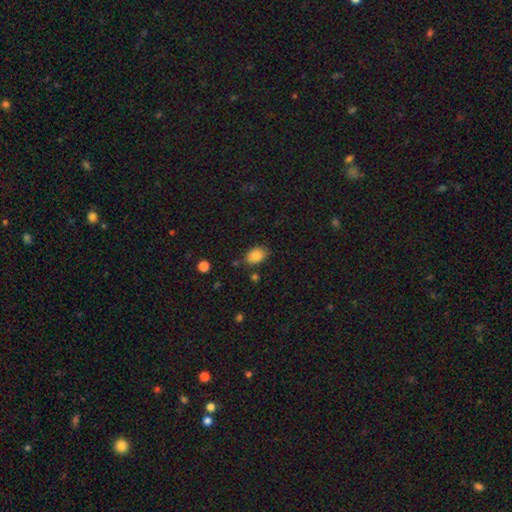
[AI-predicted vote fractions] This is clearly a smooth galaxy (86%). How rounded: likely in between (78%). Merging: likely none (75%).